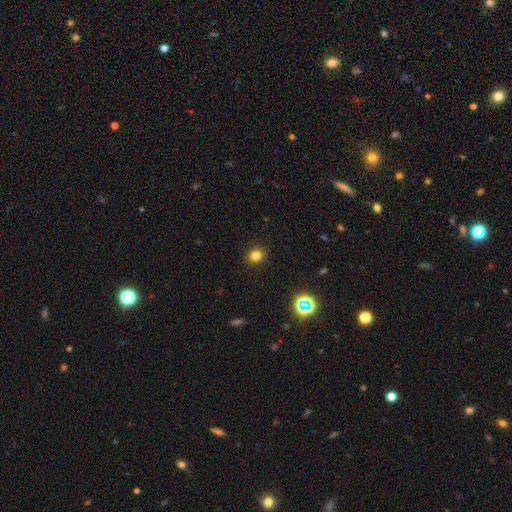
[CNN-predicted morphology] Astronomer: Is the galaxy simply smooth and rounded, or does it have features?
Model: smooth — 80%.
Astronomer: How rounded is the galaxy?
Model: round — 74%.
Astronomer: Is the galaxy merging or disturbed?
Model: none — 91%.